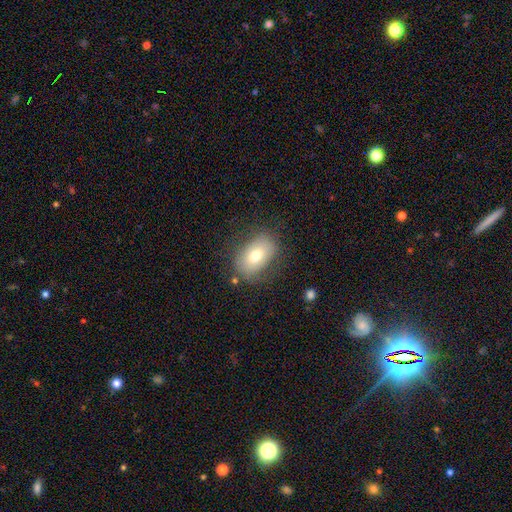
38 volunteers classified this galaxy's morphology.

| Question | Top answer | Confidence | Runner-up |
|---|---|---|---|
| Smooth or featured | smooth | 74% | featured or disk (24%) |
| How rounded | in between | 93% | round (7%) |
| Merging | none | 73% | minor disturbance (14%) |